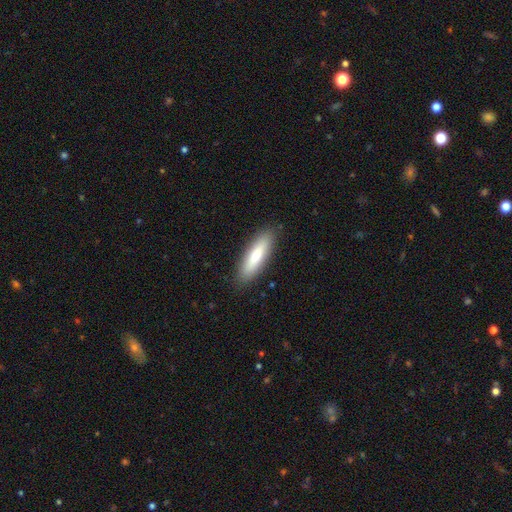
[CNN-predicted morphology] The model was most divided on "how rounded": cigar-shaped: 65%, in between: 33%, round: 2%. More confident: merging — none (89%); smooth or featured — smooth (71%).